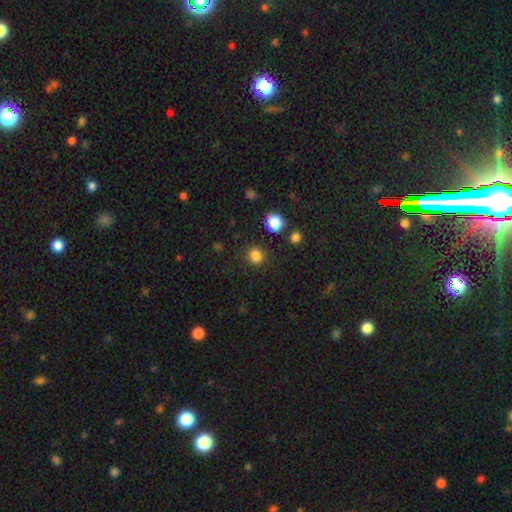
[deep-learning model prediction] Smooth or featured? smooth (83%)
How rounded? round (88%)
Merging? none (88%)